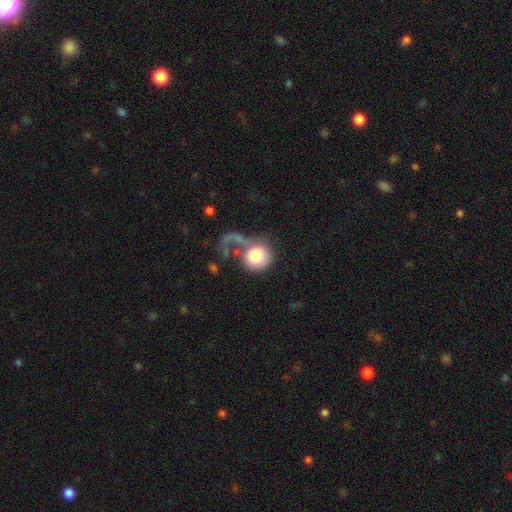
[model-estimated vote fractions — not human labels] Smooth or featured? smooth (71%)
How rounded? round (85%)
Merging? major disturbance (54%)